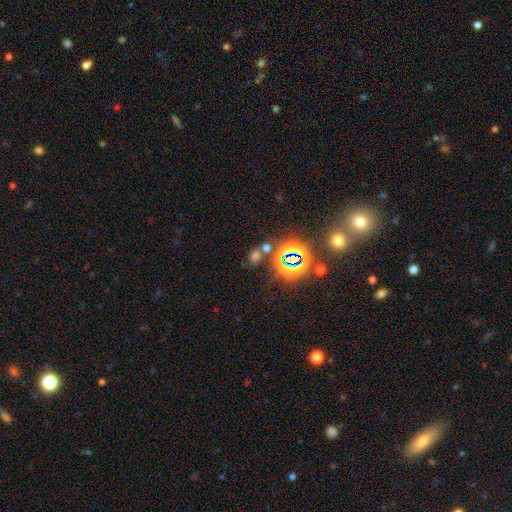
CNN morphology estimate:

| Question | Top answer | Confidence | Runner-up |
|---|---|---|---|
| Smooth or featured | smooth | 50% | star or artifact (43%) |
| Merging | none | 67% | merger (16%) |